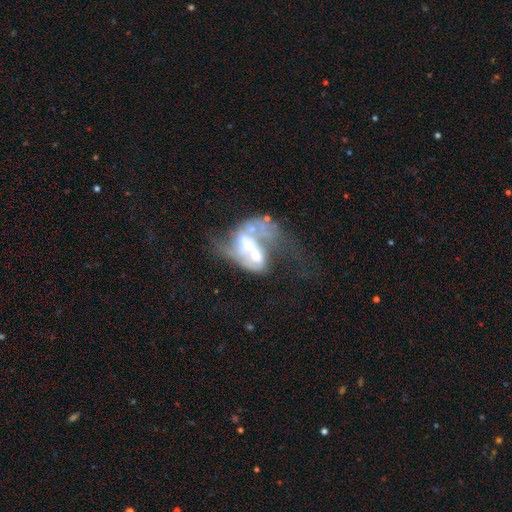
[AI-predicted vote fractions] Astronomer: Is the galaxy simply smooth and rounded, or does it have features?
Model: featured or disk — 74%.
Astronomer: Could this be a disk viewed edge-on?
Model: no — 96%.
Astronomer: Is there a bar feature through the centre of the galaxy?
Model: no — 51% (runner-up: weak, 29%).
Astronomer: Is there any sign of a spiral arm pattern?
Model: yes — 56% (runner-up: no, 44%).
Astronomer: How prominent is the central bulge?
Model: moderate — 51% (runner-up: small, 33%).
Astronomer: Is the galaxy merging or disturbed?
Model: merger — 54%.